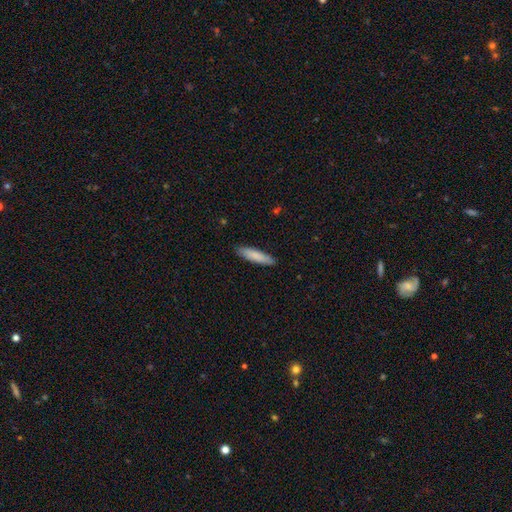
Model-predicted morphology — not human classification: A smooth galaxy with no disk features (84%) that is cigar-shaped (76%). Merging: none (88%).